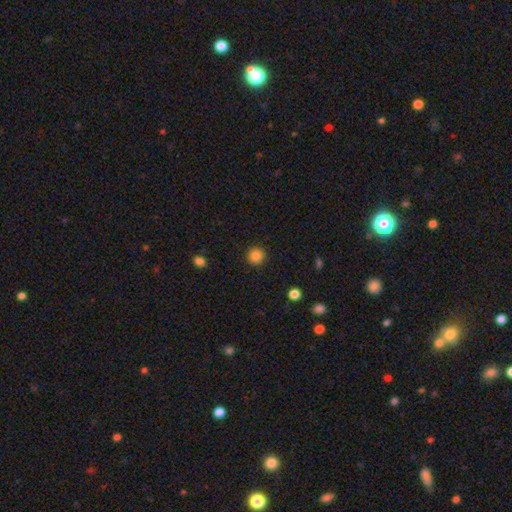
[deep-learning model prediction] Q: Smooth or featured?
A: smooth (85%); runner-up: star or artifact (11%)
Q: How rounded?
A: round (94%); runner-up: in between (5%)
Q: Merging?
A: none (92%); runner-up: minor disturbance (5%)